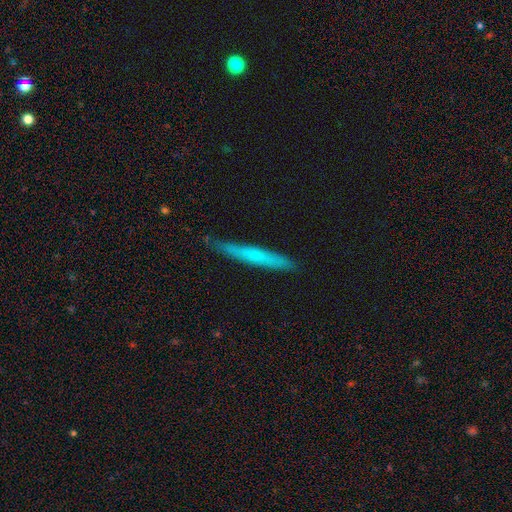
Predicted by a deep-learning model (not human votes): Smooth or featured?
  - smooth: 60% *
  - featured or disk: 33%
  - star or artifact: 6%
How rounded?
  - cigar-shaped: 96% *
  - in between: 3%
  - round: 1%
Merging?
  - none: 86% *
  - minor disturbance: 11%
  - major disturbance: 2%
  - merger: 1%